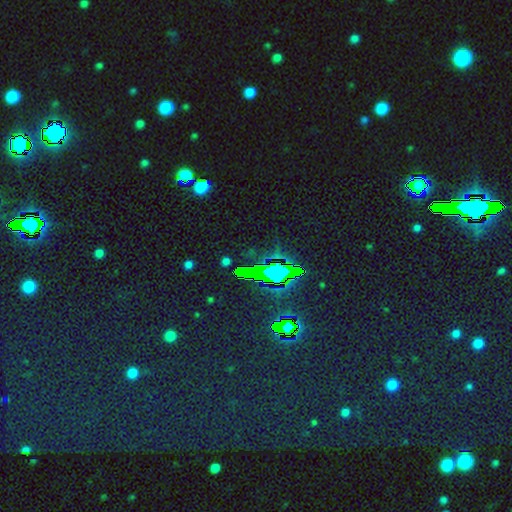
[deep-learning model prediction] Overall: star or artifact (83%).